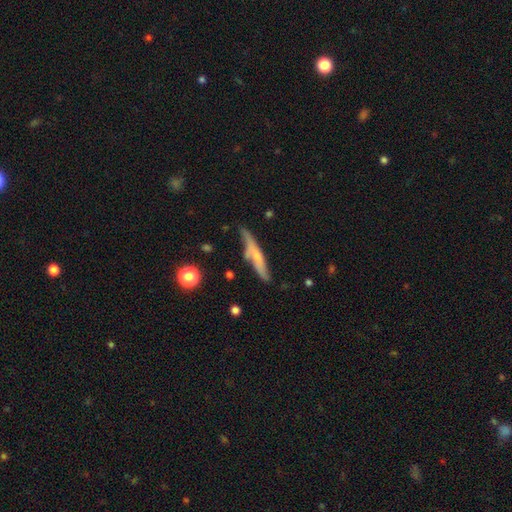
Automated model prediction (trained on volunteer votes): smooth_or_featured: smooth (p=0.50) [alt: featured or disk p=0.43]
merging: none (p=0.63) [alt: minor disturbance p=0.24]